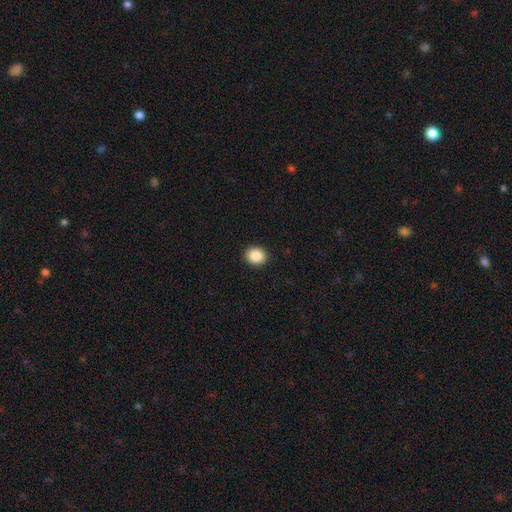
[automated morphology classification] smooth_or_featured: smooth (p=0.88) [alt: star or artifact p=0.09]
how_rounded: round (p=0.74) [alt: in between p=0.25]
merging: none (p=0.92) [alt: minor disturbance p=0.05]